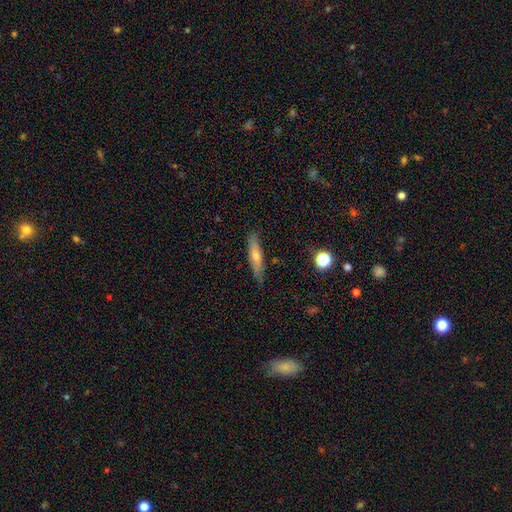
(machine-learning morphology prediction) The model was most divided on "smooth or featured": smooth: 51%, featured or disk: 42%, star or artifact: 8%. More confident: how rounded — cigar-shaped (86%); merging — none (85%).